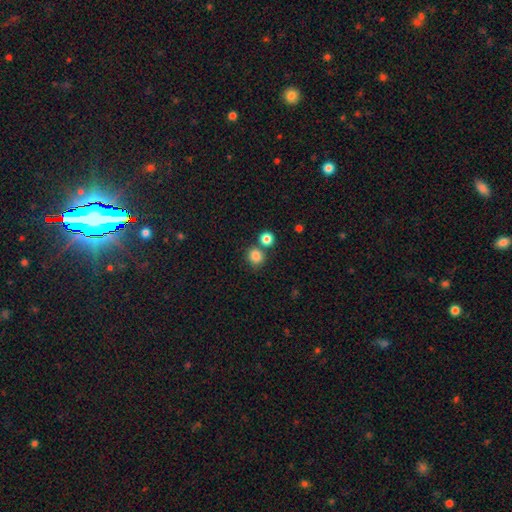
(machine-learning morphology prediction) type=smooth (84%); roundness=round (83%); merging=none (65%).